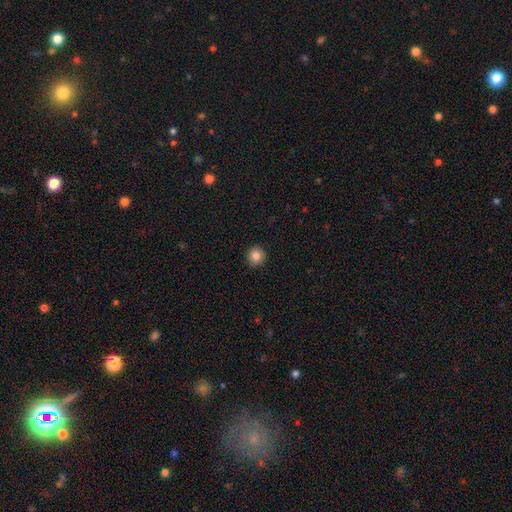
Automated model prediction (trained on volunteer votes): Smooth or featured? smooth (86%)
How rounded? round (94%)
Merging? none (92%)